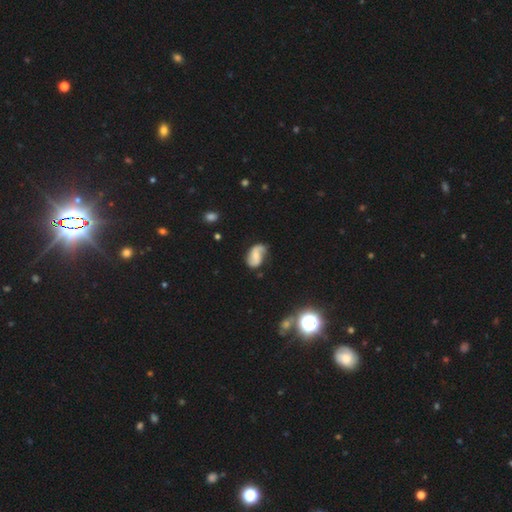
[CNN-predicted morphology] type=featured or disk (67%); edge-on=no (97%); bar=no (50%); spiral arms=yes (93%); winding=loose (47%); arm count=2 (81%); bulge=small (44%); merging=none (61%).